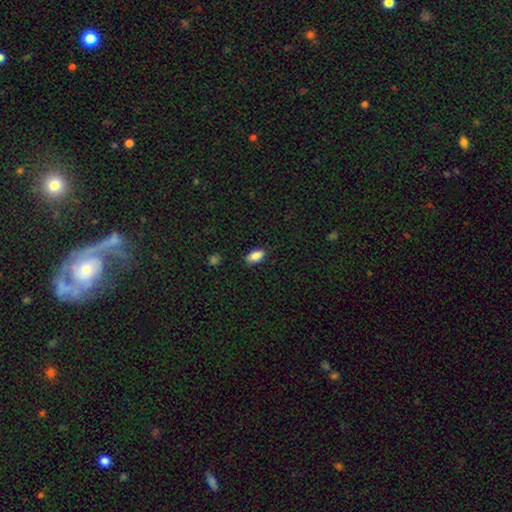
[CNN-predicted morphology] Q: Smooth or featured?
A: smooth (88%); runner-up: star or artifact (8%)
Q: How rounded?
A: in between (93%); runner-up: round (4%)
Q: Merging?
A: none (86%); runner-up: minor disturbance (10%)